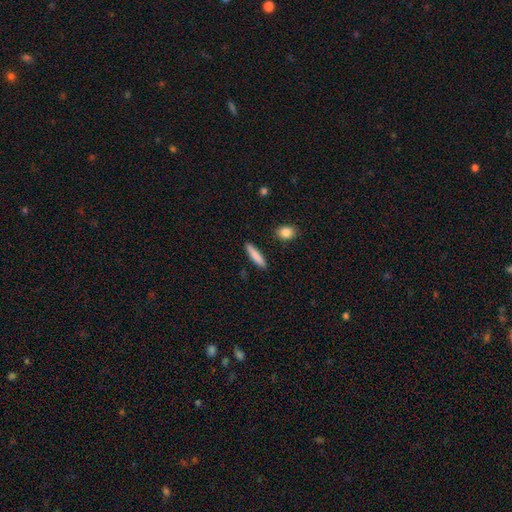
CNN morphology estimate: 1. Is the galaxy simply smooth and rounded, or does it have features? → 84% smooth, 11% featured or disk, 6% star or artifact.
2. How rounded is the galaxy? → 84% cigar-shaped, 14% in between, 2% round.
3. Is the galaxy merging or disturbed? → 90% none, 7% minor disturbance, 2% merger, 2% major disturbance.